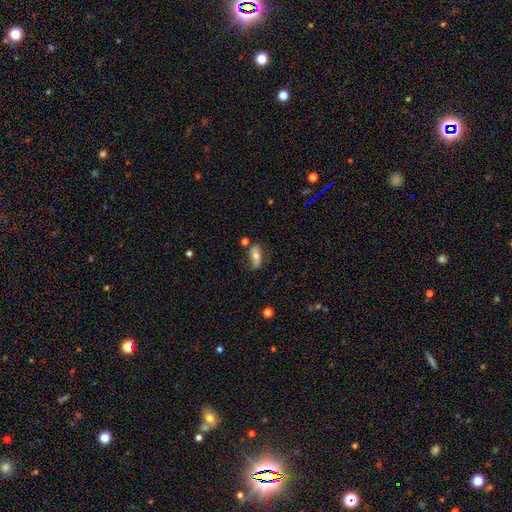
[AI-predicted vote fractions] Smooth or featured? smooth (53%)
How rounded? in between (78%)
Merging? none (56%)